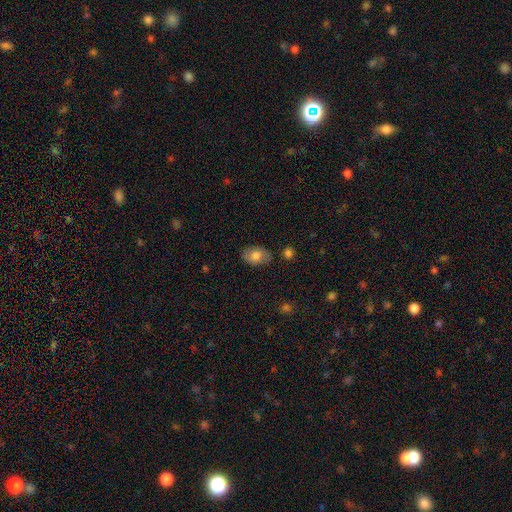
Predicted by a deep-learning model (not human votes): smooth-or-featured: smooth: 75% | featured or disk: 18% | star or artifact: 7%
  how-rounded: in between: 85% | round: 14% | cigar-shaped: 1%
  merging: none: 78% | minor disturbance: 16% | major disturbance: 3% | merger: 3%